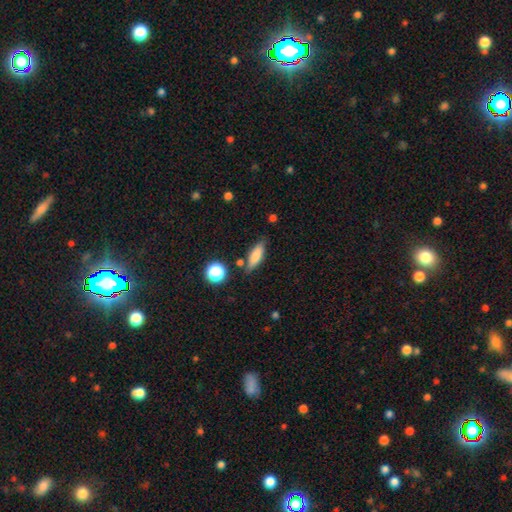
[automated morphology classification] Q: Smooth or featured?
A: smooth (74%); runner-up: featured or disk (17%)
Q: How rounded?
A: in between (51%); runner-up: cigar-shaped (45%)
Q: Merging?
A: none (78%); runner-up: minor disturbance (14%)